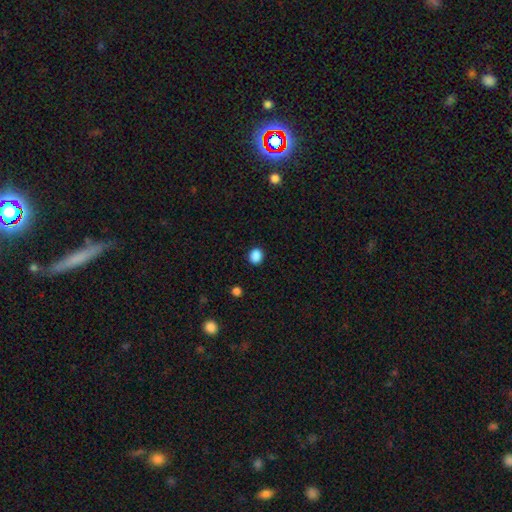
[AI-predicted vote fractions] The model was most divided on "how rounded": round: 75%, in between: 24%, cigar-shaped: 1%. More confident: merging — none (89%); smooth or featured — smooth (87%).